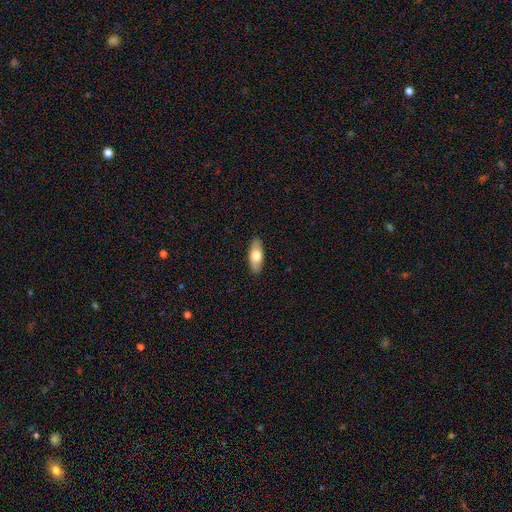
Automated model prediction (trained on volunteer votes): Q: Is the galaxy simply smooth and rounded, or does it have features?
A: smooth — 71%.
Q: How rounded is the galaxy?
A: in between — 74%.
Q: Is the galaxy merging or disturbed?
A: none — 89%.